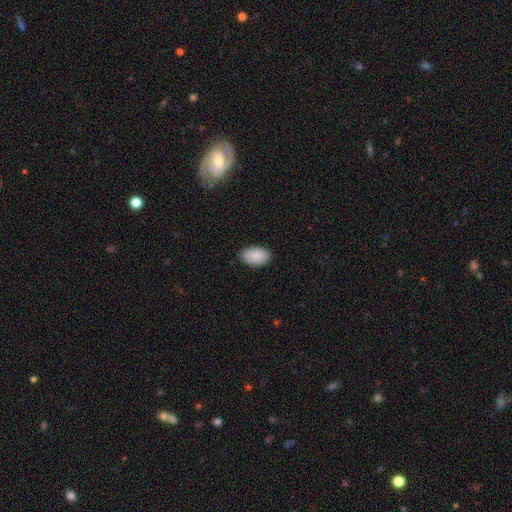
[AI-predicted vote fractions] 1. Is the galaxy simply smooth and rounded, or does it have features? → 89% smooth, 6% star or artifact, 4% featured or disk.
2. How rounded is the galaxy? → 93% in between, 5% round, 1% cigar-shaped.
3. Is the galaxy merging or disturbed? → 86% none, 11% minor disturbance, 2% major disturbance, 1% merger.